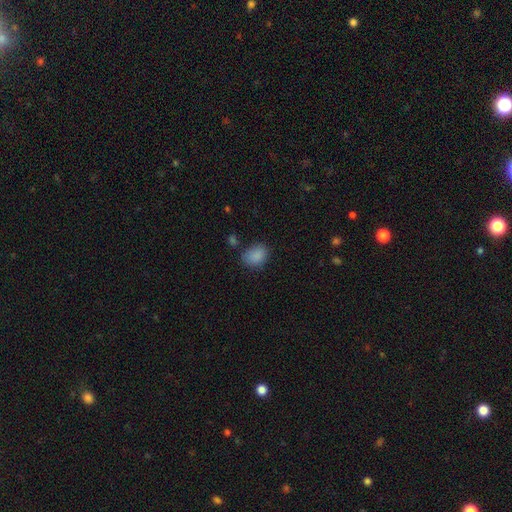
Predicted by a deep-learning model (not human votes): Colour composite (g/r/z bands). It shows a smooth galaxy with no disk features (87%) that is in between round and cigar-shaped (67%). Merging: none (71%).